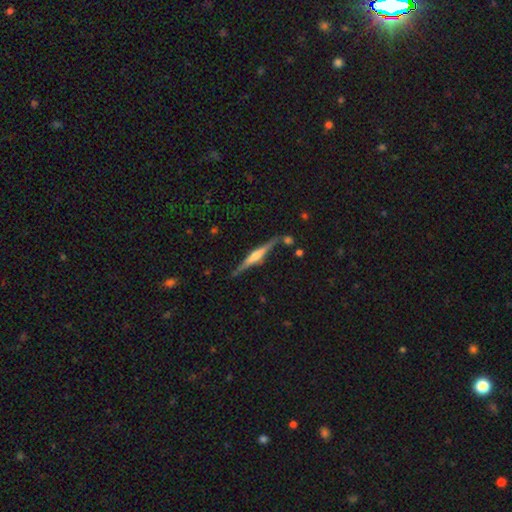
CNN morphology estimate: Smooth or featured? Predicted: featured or disk (p=0.77). Edge-on disk? Predicted: yes (p=0.98). Edge-on bulge? Predicted: rounded (p=0.73). Merging? Predicted: none (p=0.85).